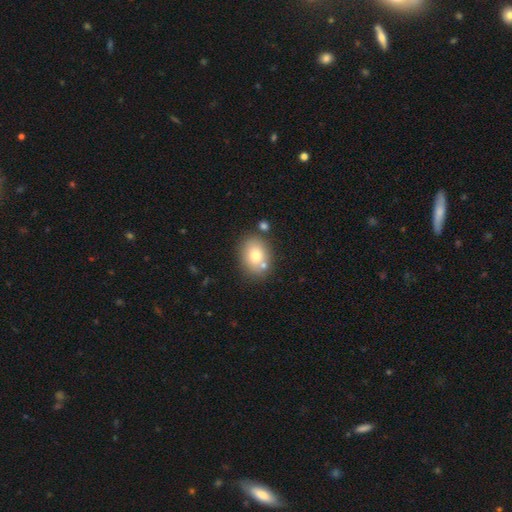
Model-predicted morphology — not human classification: The model was most divided on "how rounded": in between: 56%, round: 43%, cigar-shaped: 1%. More confident: smooth or featured — smooth (75%); merging — none (73%).